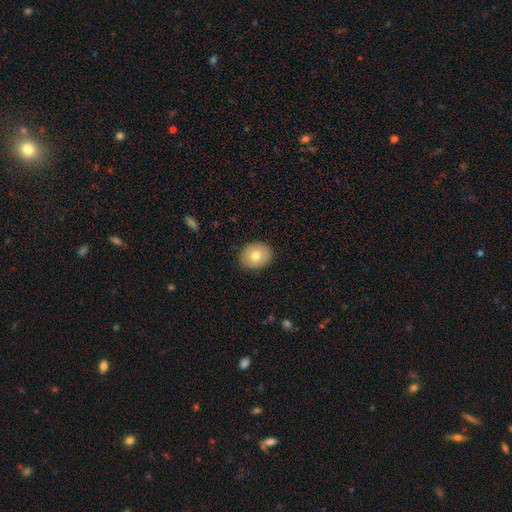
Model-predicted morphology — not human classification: A smooth galaxy with no disk features (75%) that is round (54%). Merging: none (89%).